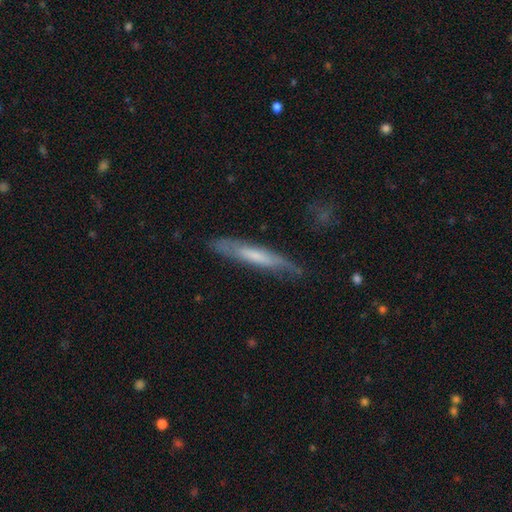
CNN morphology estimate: smooth_or_featured: smooth (p=0.47) [tied with: featured or disk p=0.47]
merging: none (p=0.75) [alt: minor disturbance p=0.19]